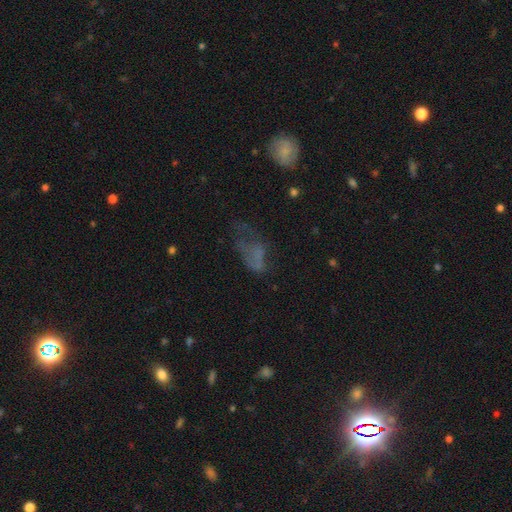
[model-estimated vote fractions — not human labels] A smooth galaxy with no disk features (45%). Merging: major disturbance (48%).